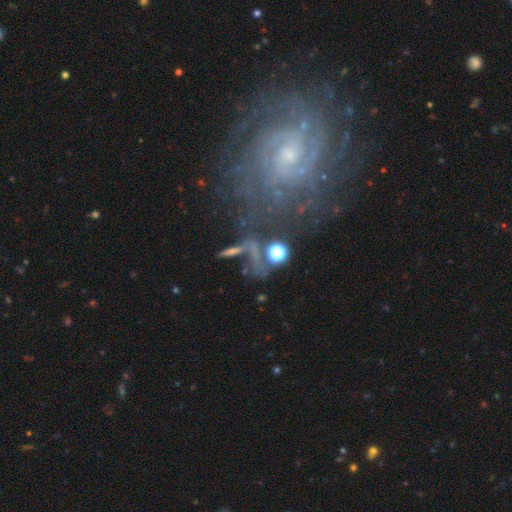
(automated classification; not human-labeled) Smooth or featured: featured or disk — 55% (smooth — 23%)
Edge-on disk: no — 89% (yes — 11%)
Merging: none — 55% (minor disturbance — 16%)